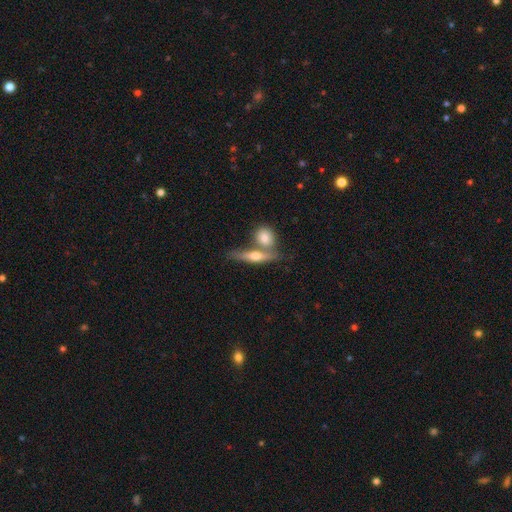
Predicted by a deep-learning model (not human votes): Morphology: type=smooth (49%); merging=none (48%).